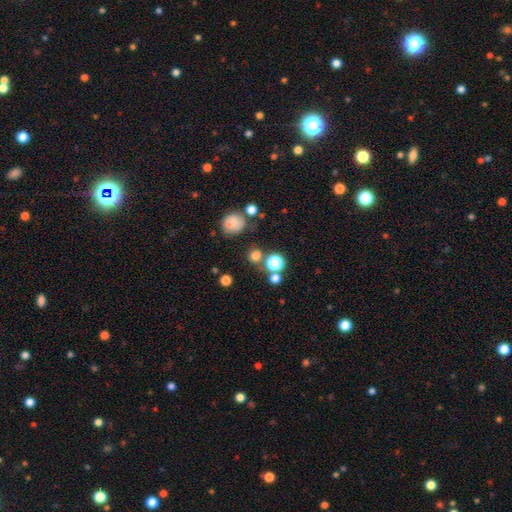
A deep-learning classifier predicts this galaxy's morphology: Smooth or featured? smooth (71%)
How rounded? round (86%)
Merging? none (73%)